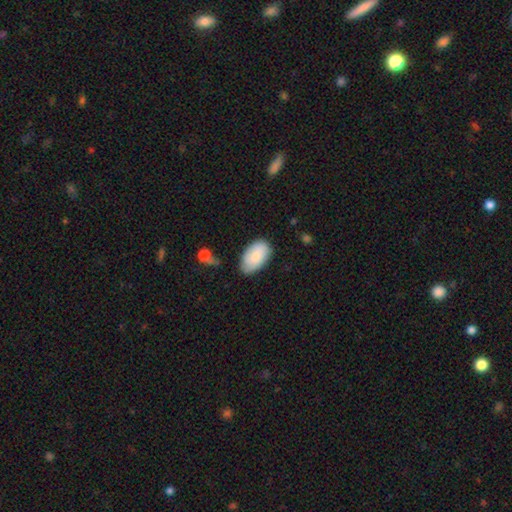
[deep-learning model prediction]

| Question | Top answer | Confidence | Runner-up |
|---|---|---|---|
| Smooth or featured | smooth | 84% | featured or disk (10%) |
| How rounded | in between | 95% | round (4%) |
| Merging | none | 77% | minor disturbance (17%) |